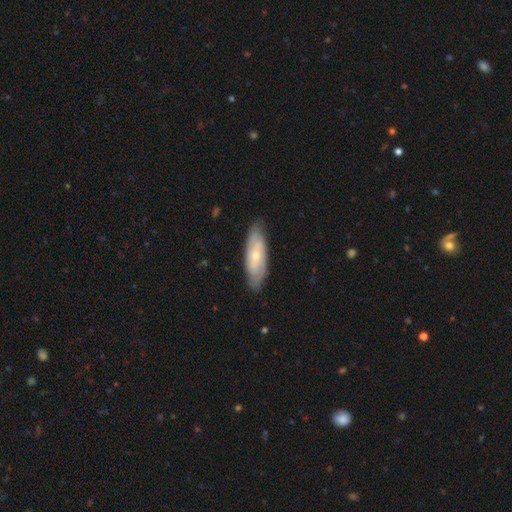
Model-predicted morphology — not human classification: This is possibly a featured or disk galaxy (59%). It is likely not viewed edge-on (78%). Merging: clearly none (81%).